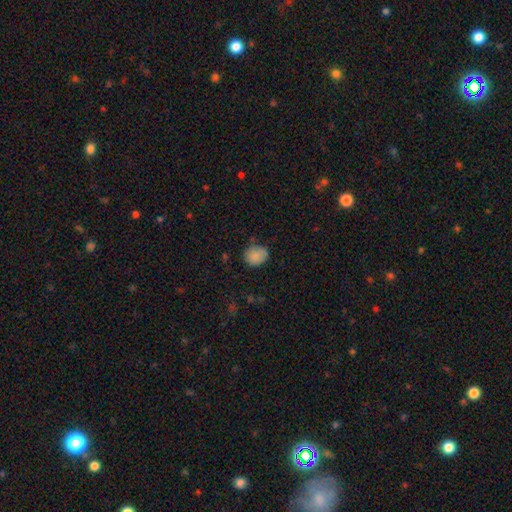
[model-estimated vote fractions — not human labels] This is clearly a smooth galaxy (85%). How rounded: likely round (64%). Merging: likely none (69%).